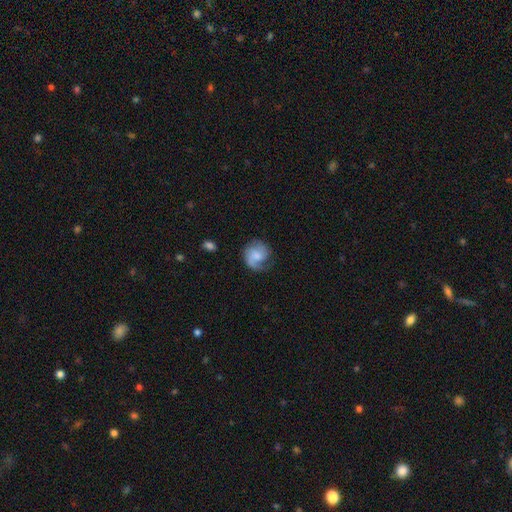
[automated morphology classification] A featured or disk galaxy (56%) with no bar (64%), spiral arms (92%) and a moderate central bulge (36%).

Vote fractions:
- Smooth or featured? featured or disk: 56% / smooth: 37% / star or artifact: 7%
- Edge-on disk? no: 98% / yes: 2%
- Bar? no: 64% / weak: 31% / strong: 4%
- Spiral arms? yes: 92% / no: 8%
- Bulge size? moderate: 36% / small: 33% / none: 17% / large: 11% / dominant: 2%
- Merging? none: 66% / minor disturbance: 21% / major disturbance: 11% / merger: 2%